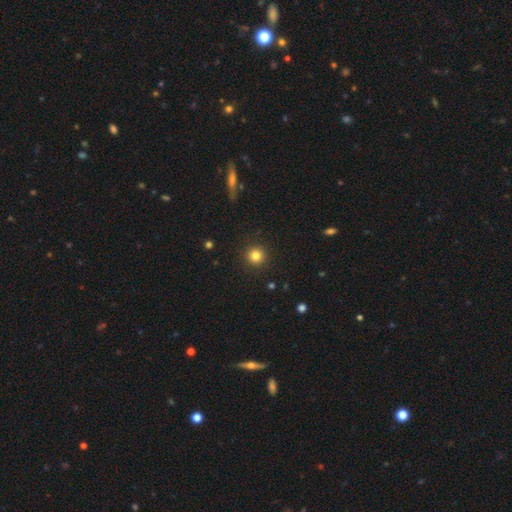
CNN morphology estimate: The model was most divided on "smooth or featured": smooth: 82%, star or artifact: 12%, featured or disk: 6%. More confident: how rounded — round (95%); merging — none (91%).